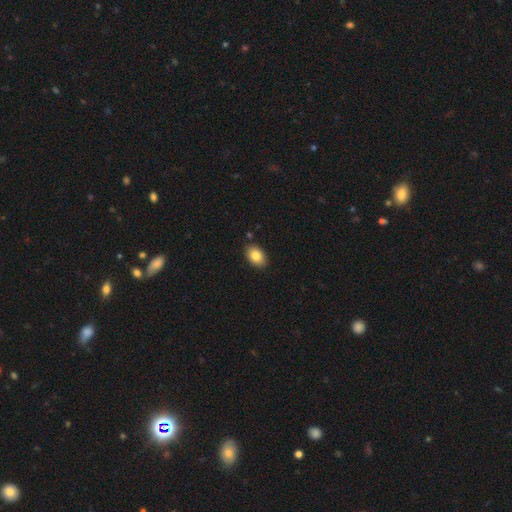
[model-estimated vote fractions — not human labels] smooth 84%, featured or disk 8%, star or artifact 8%. Down the decision tree: how rounded — in between (86%); merging — none (88%).